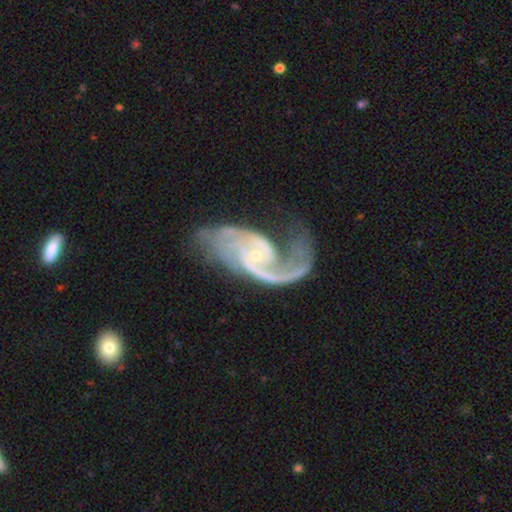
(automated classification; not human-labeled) Morphology: type=featured or disk (93%); edge-on=no (98%); bar=no (52%); spiral arms=yes (98%); winding=medium (52%); arm count=2 (74%); bulge=small (81%); merging=none (47%).